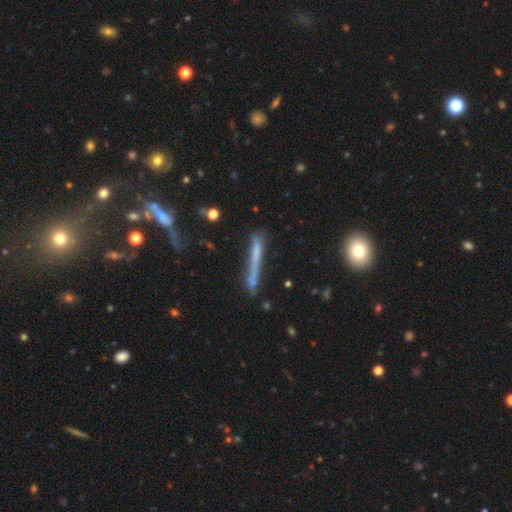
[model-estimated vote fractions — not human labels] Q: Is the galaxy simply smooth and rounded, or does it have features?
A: smooth — 50%.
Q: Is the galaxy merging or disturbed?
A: none — 62%.